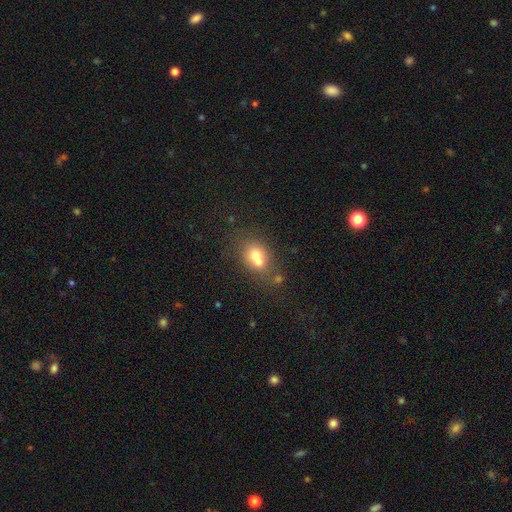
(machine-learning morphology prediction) type=smooth (66%); roundness=round (51%); merging=merger (55%).